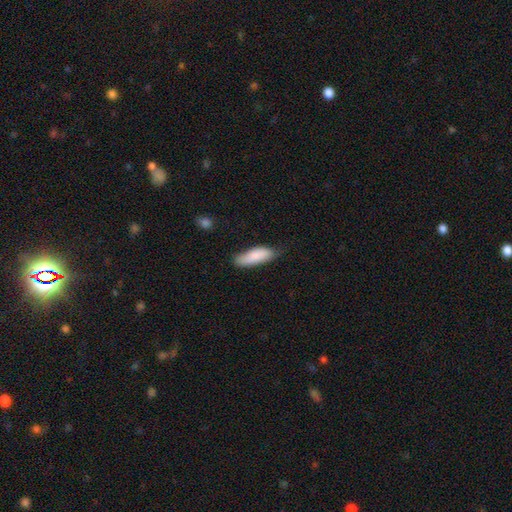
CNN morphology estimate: The model was most divided on "how rounded": in between: 62%, cigar-shaped: 37%, round: 2%. More confident: smooth or featured — smooth (86%); merging — none (67%).